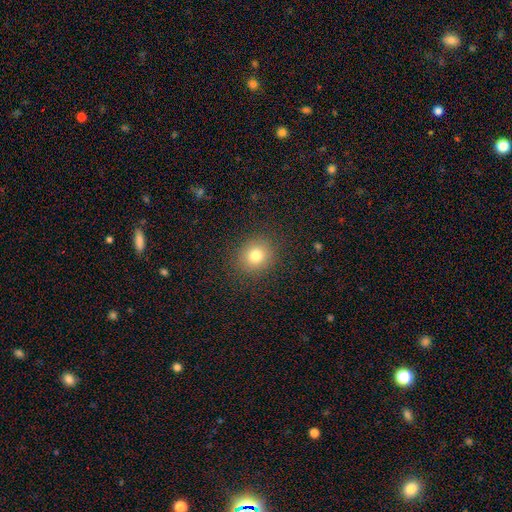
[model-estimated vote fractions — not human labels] smooth 79%, star or artifact 13%, featured or disk 8%. Down the decision tree: how rounded — round (83%); merging — none (88%).